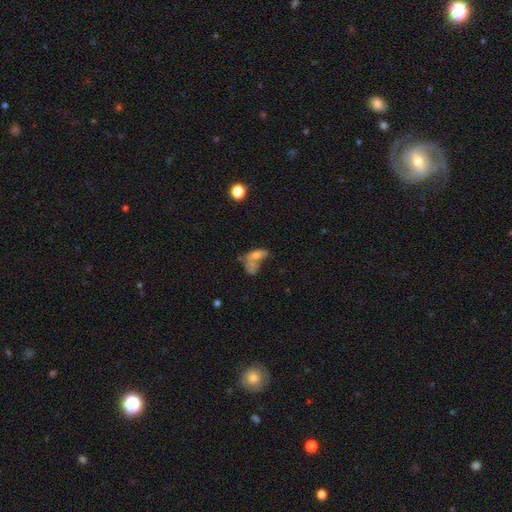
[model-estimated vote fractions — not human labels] The model was most divided on "smooth or featured": smooth: 41%, featured or disk: 34%, star or artifact: 25%. Remaining: merging — merger (36%).